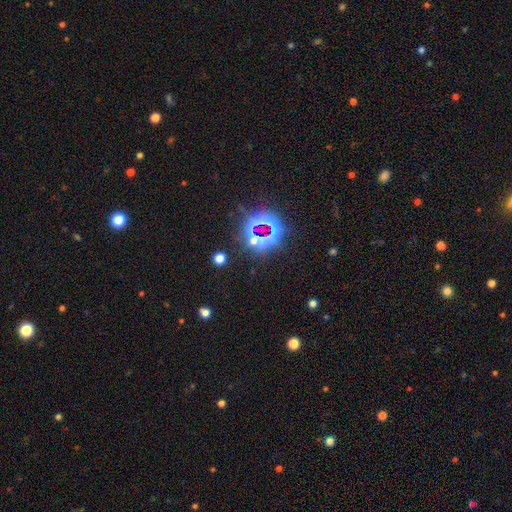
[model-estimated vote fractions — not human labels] star or artifact 85%, smooth 9%, featured or disk 7%.